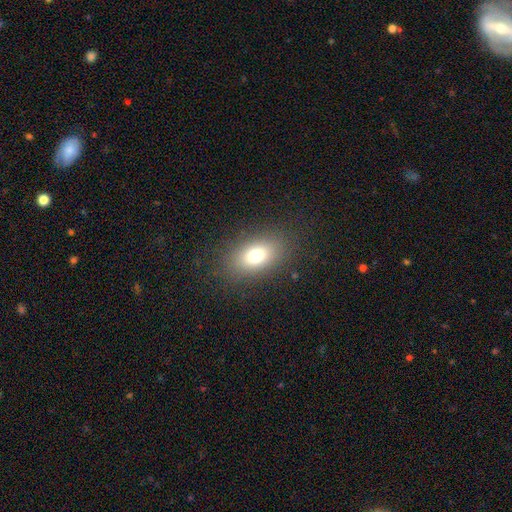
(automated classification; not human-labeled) Smooth or featured: smooth — 75% (featured or disk — 13%)
How rounded: in between — 84% (round — 13%)
Merging: none — 84% (minor disturbance — 10%)